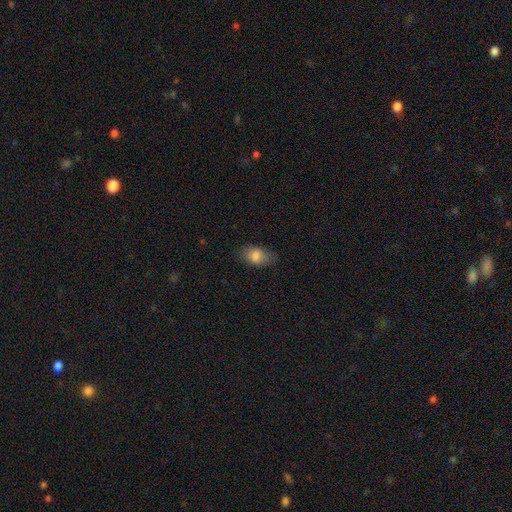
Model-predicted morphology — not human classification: Smooth or featured? Predicted: smooth (p=0.81). How rounded? Predicted: in between (p=0.88). Merging? Predicted: none (p=0.76).